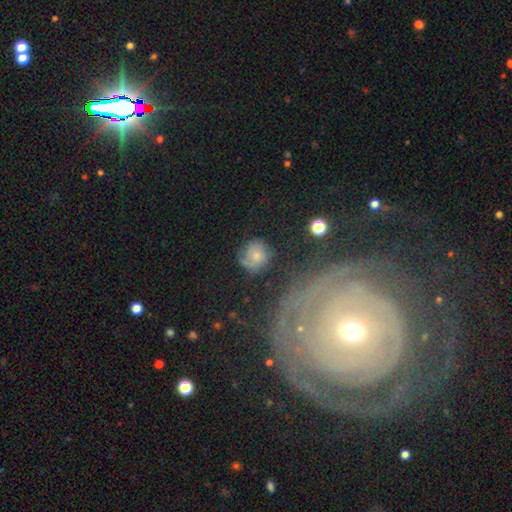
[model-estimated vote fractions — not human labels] Smooth or featured? Predicted: smooth (p=0.47). Merging? Predicted: none (p=0.59).